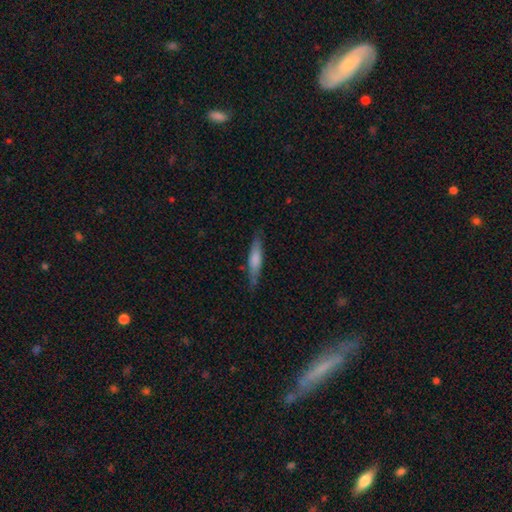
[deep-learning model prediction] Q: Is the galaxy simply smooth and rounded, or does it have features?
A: smooth — 53%.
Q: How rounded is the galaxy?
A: cigar-shaped — 85%.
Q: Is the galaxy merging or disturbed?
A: none — 81%.